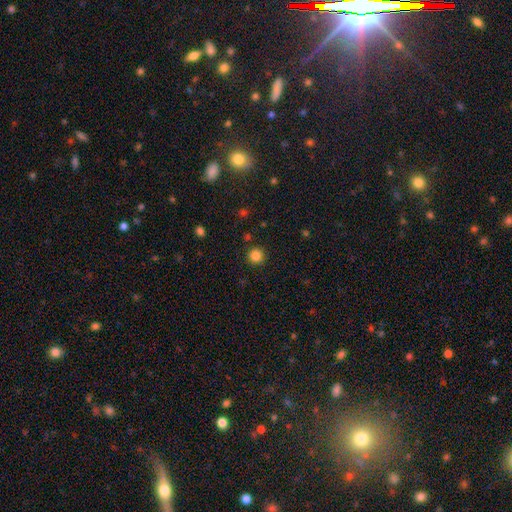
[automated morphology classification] This appears to be a smooth galaxy with no disk features (84%) that is round (95%). Merging: none (91%).